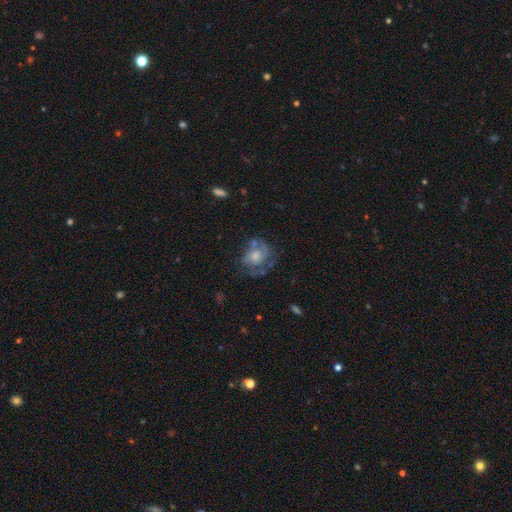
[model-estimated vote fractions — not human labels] A featured or disk galaxy (67%) with no bar (72%), 2 (52%) medium (43%) spiral arms (84%) and a moderate central bulge (49%). Merging: none (53%).